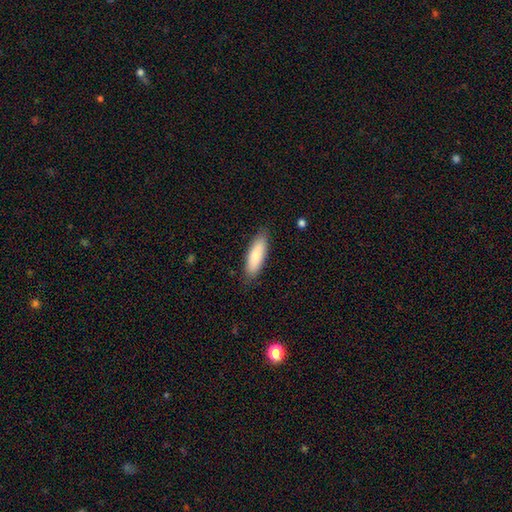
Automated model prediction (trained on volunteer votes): A smooth galaxy with no disk features (82%) that is in between round and cigar-shaped (54%).

Vote fractions:
- Smooth or featured? smooth: 82% / featured or disk: 12% / star or artifact: 6%
- How rounded? in between: 54% / cigar-shaped: 45% / round: 2%
- Merging? none: 85% / minor disturbance: 11% / major disturbance: 2% / merger: 1%